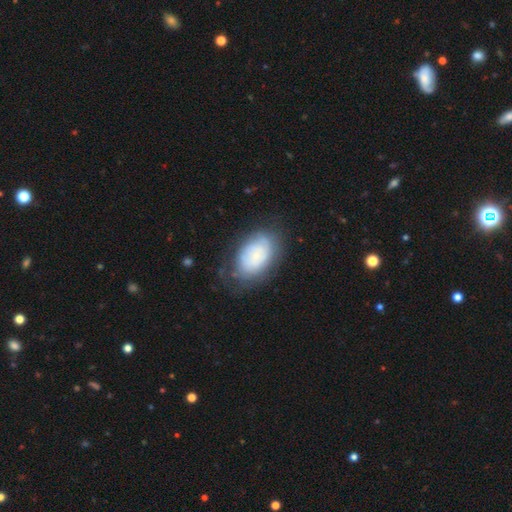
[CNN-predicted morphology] A smooth galaxy with no disk features (58%) that is in between round and cigar-shaped (88%).

Vote fractions:
- Smooth or featured? smooth: 58% / featured or disk: 34% / star or artifact: 8%
- How rounded? in between: 88% / round: 11% / cigar-shaped: 1%
- Merging? none: 61% / minor disturbance: 25% / major disturbance: 13% / merger: 2%